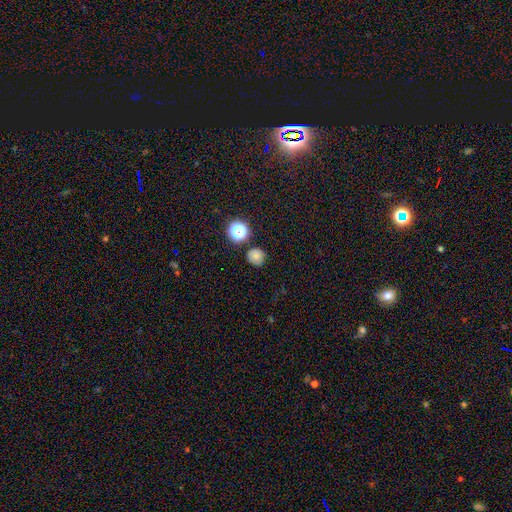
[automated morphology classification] Smooth or featured: smooth — 74% (star or artifact — 17%)
How rounded: round — 93% (in between — 6%)
Merging: none — 85% (minor disturbance — 9%)